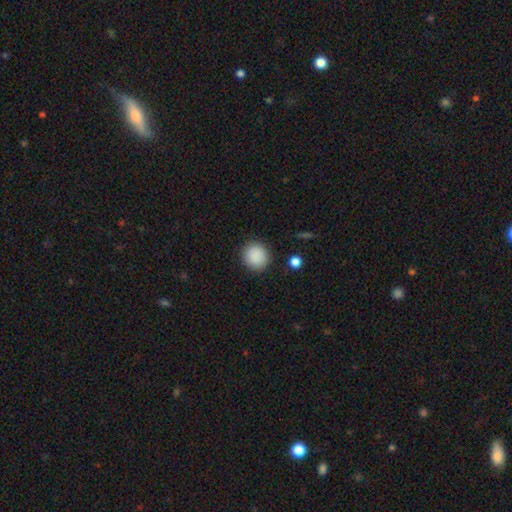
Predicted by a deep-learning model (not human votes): smooth-or-featured: smooth: 89% | star or artifact: 8% | featured or disk: 3%
  how-rounded: round: 91% | in between: 8% | cigar-shaped: 1%
  merging: none: 89% | minor disturbance: 7% | major disturbance: 2% | merger: 1%